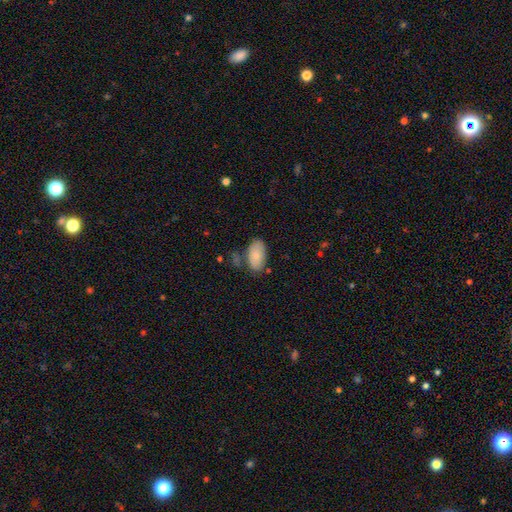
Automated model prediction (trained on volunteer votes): Smooth or featured: smooth — 84% (featured or disk — 10%)
How rounded: in between — 95% (round — 3%)
Merging: none — 70% (minor disturbance — 19%)